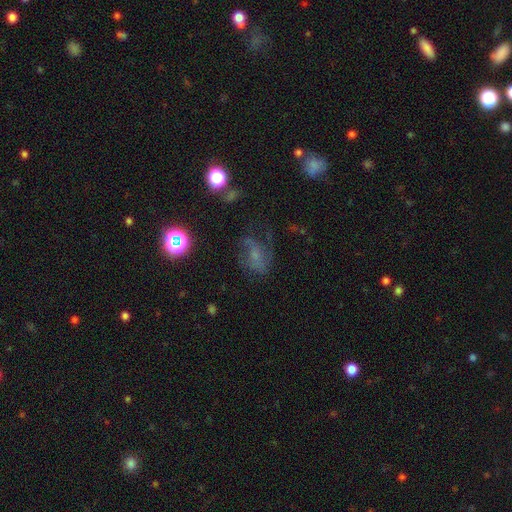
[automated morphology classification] smooth-or-featured: featured or disk: 43% | smooth: 33% | star or artifact: 24%
  merging: none: 47% | major disturbance: 27% | minor disturbance: 23% | merger: 3%